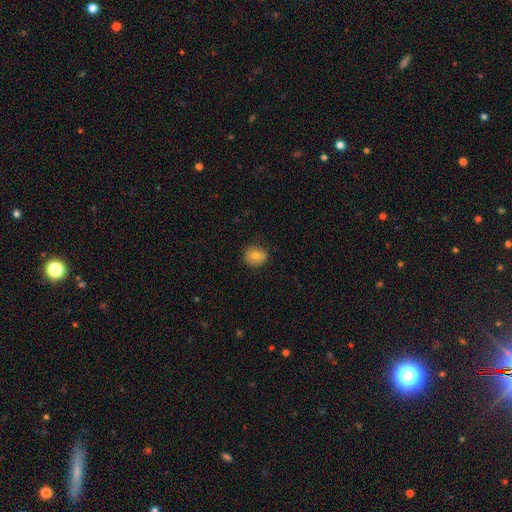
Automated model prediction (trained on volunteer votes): smooth 74%, featured or disk 18%, star or artifact 9%. Down the decision tree: how rounded — round (84%); merging — none (85%).